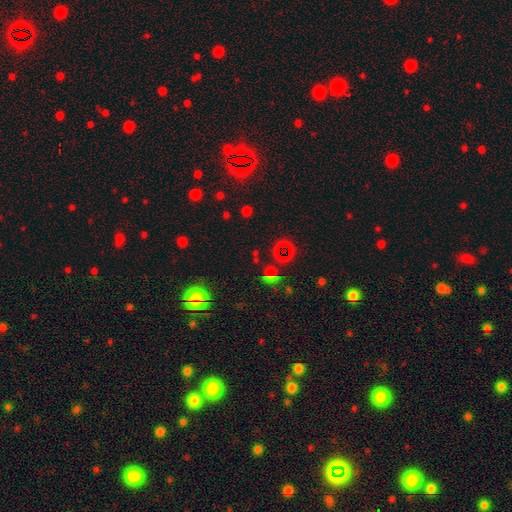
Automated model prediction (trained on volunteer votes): Overall: star or artifact (64%; smooth 27%).